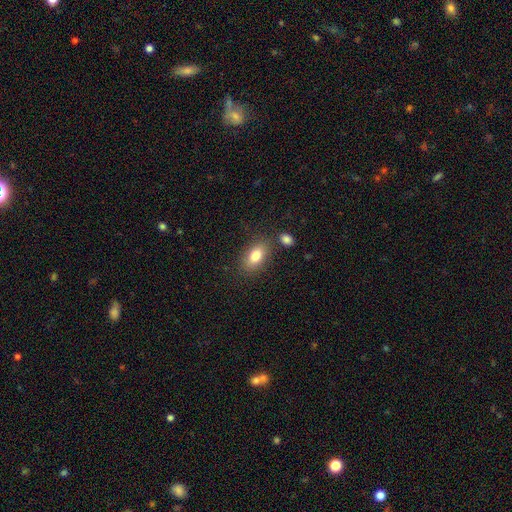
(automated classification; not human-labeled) This is clearly a smooth galaxy (82%). How rounded: clearly in between (89%). Merging: likely none (77%).